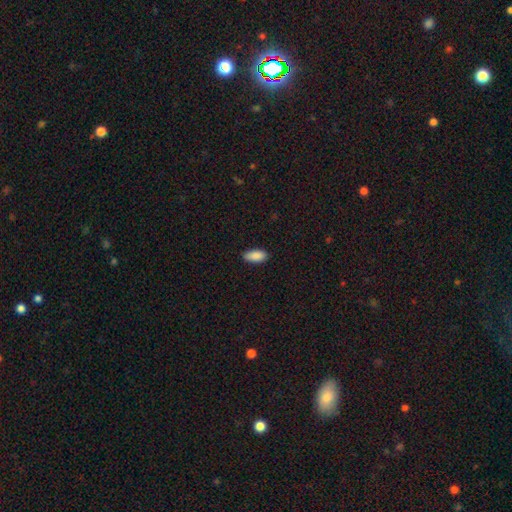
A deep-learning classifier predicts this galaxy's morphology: Smooth or featured? smooth (89%)
How rounded? in between (89%)
Merging? none (85%)